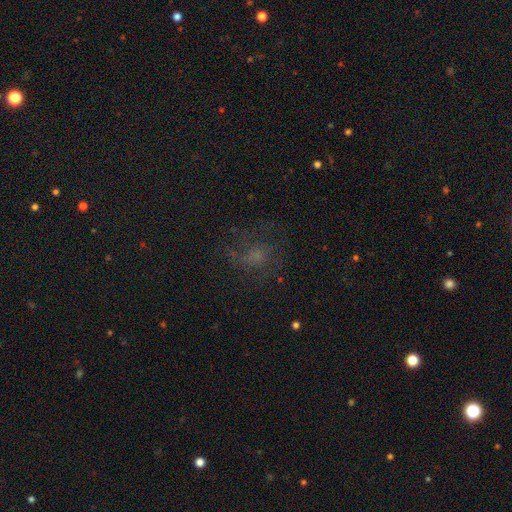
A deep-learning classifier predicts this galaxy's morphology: Smooth or featured? featured or disk (39%)
Merging? none (57%)